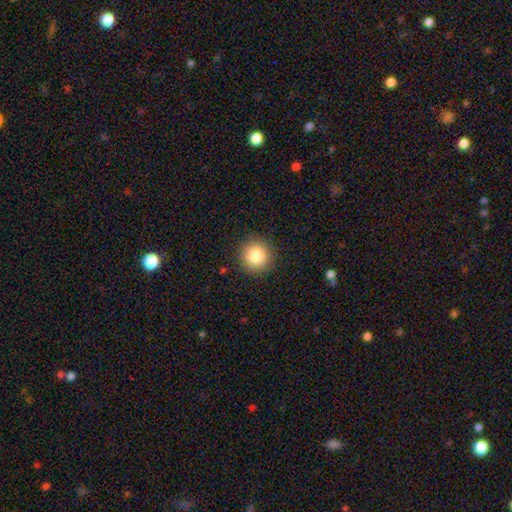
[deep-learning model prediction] Smooth or featured: smooth — 84% (star or artifact — 10%)
How rounded: round — 95% (in between — 4%)
Merging: none — 91% (minor disturbance — 6%)